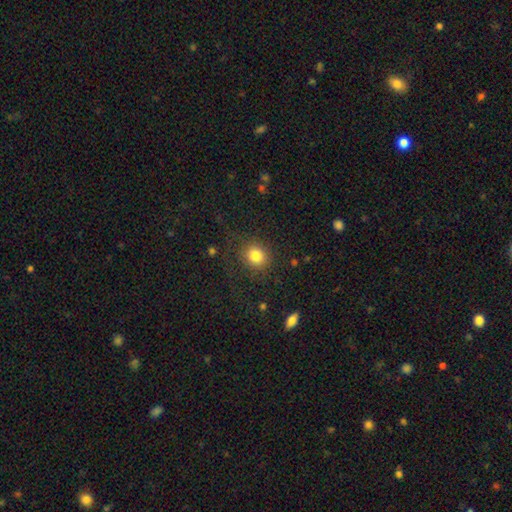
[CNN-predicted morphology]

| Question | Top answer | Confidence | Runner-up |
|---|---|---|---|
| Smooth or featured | smooth | 82% | star or artifact (11%) |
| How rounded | round | 78% | in between (21%) |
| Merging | none | 80% | minor disturbance (11%) |